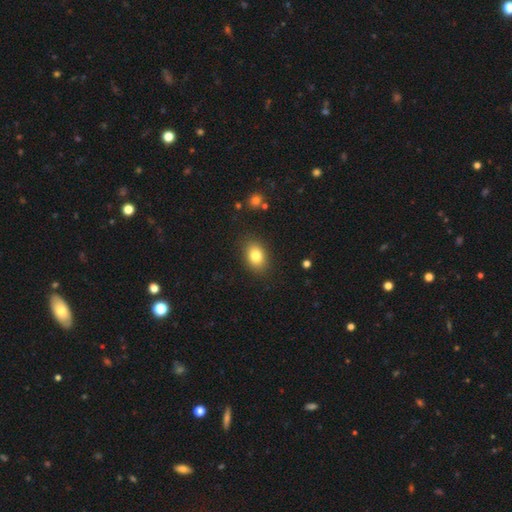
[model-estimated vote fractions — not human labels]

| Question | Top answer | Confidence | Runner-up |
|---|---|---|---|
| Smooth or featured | smooth | 83% | star or artifact (9%) |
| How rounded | in between | 77% | round (22%) |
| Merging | none | 87% | minor disturbance (9%) |